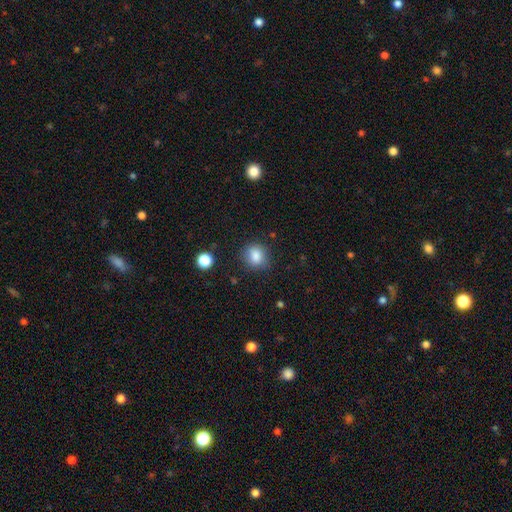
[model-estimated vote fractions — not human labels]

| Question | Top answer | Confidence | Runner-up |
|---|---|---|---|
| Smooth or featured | smooth | 83% | star or artifact (11%) |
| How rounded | round | 79% | in between (20%) |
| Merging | none | 80% | minor disturbance (14%) |